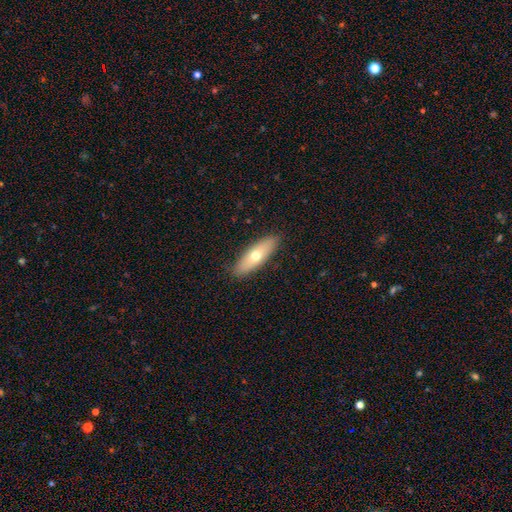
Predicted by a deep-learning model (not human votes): Smooth or featured? smooth (61%)
How rounded? in between (51%)
Merging? none (89%)